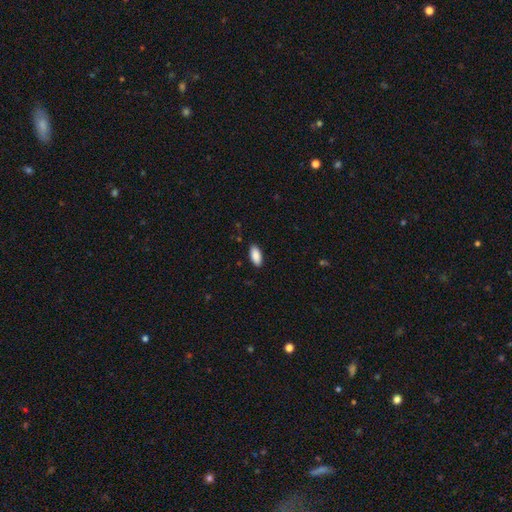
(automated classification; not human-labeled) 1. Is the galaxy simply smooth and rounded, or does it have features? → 90% smooth, 6% star or artifact, 4% featured or disk.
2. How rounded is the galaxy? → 90% in between, 8% cigar-shaped, 2% round.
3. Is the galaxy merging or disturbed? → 87% none, 10% minor disturbance, 2% major disturbance, 1% merger.